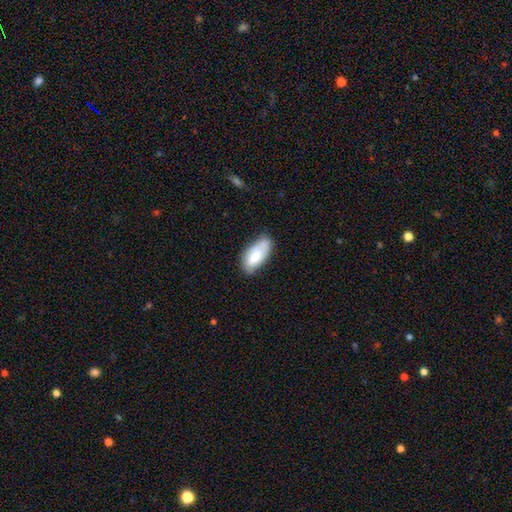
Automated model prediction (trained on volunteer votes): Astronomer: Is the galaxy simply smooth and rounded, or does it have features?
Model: smooth — 75%.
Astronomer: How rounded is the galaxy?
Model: in between — 91%.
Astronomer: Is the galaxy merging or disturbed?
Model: none — 59%.